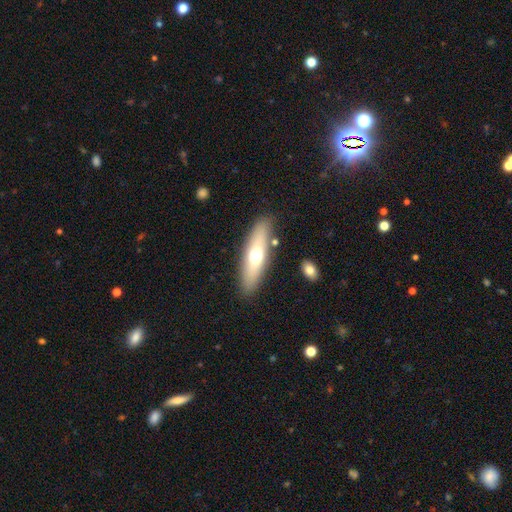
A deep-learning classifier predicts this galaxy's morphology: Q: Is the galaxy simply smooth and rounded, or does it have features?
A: smooth — 55%.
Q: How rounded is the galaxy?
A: cigar-shaped — 61%.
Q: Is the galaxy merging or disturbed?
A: none — 85%.